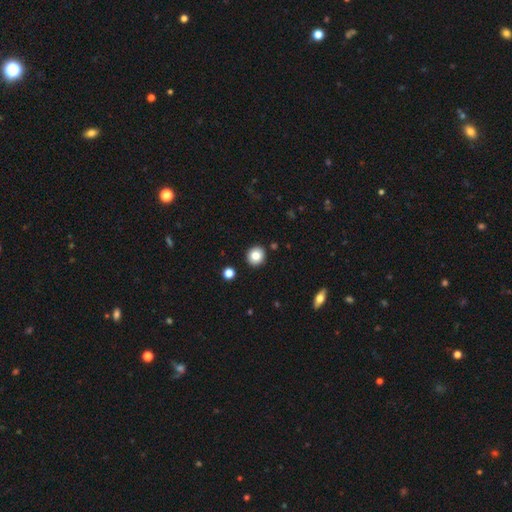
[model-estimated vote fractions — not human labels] A smooth galaxy with no disk features (82%) that is round (89%). Merging: none (91%).